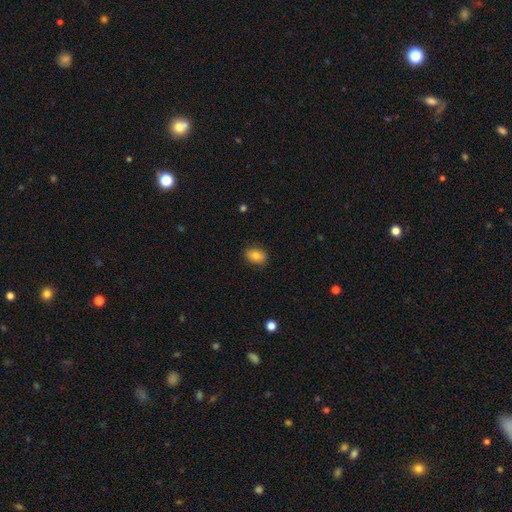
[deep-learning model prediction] A smooth galaxy with no disk features (79%) that is in between round and cigar-shaped (70%). Merging: none (86%).